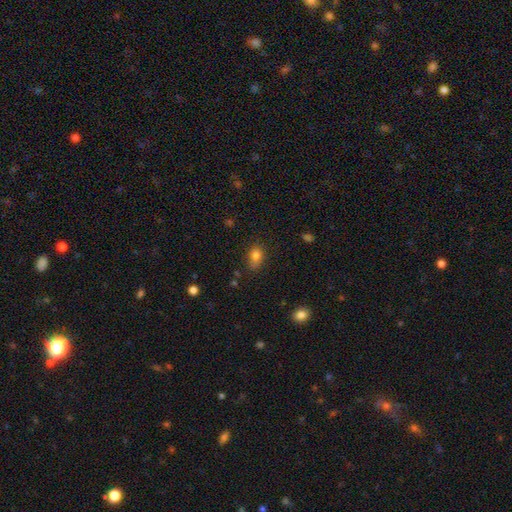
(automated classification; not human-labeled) smooth 81%, star or artifact 12%, featured or disk 8%. Down the decision tree: how rounded — in between (68%); merging — none (61%).